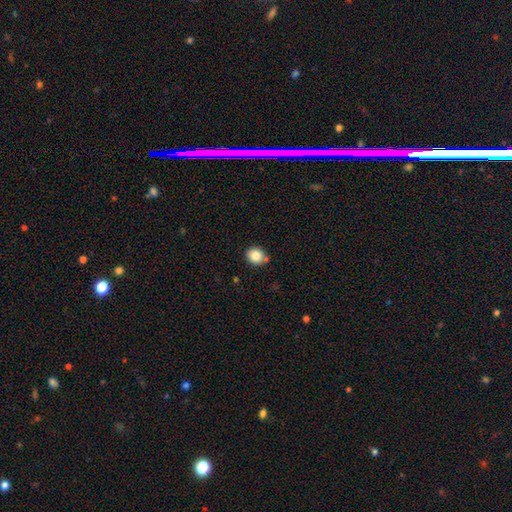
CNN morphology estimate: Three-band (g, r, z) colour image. It shows a smooth galaxy with no disk features (83%) that is round (79%). Merging: none (78%).